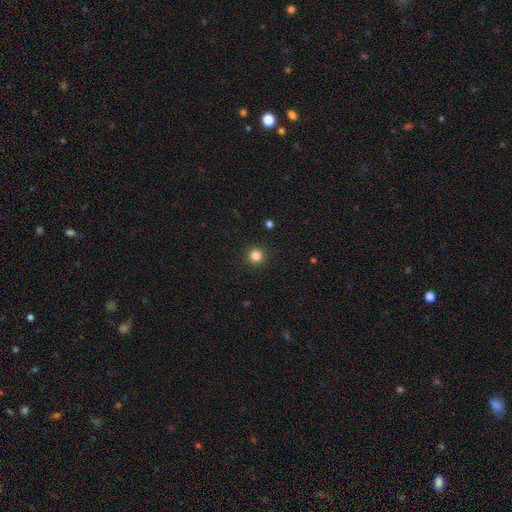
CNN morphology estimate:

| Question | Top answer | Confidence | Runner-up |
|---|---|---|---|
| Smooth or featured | smooth | 83% | star or artifact (13%) |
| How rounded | round | 95% | in between (4%) |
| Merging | none | 93% | minor disturbance (4%) |